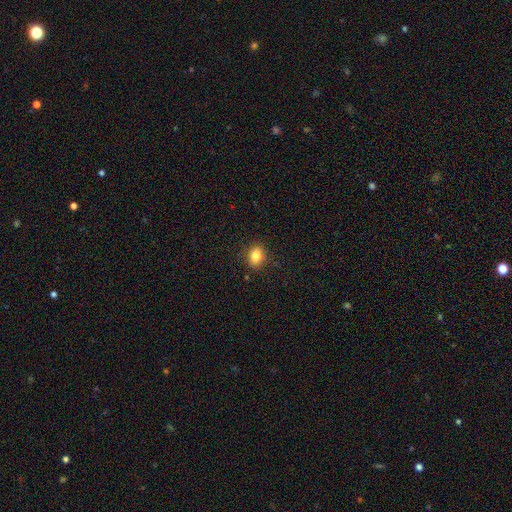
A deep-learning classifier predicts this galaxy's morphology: smooth-or-featured: smooth: 84% | star or artifact: 10% | featured or disk: 5%
  how-rounded: in between: 65% | round: 34% | cigar-shaped: 1%
  merging: none: 86% | minor disturbance: 10% | major disturbance: 3% | merger: 1%